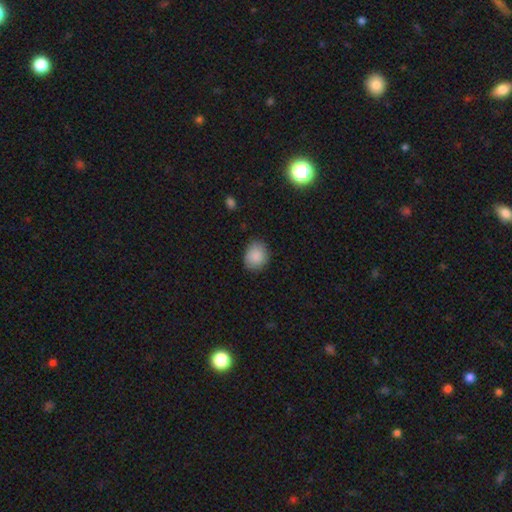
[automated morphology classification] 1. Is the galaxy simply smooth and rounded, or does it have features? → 87% smooth, 7% star or artifact, 5% featured or disk.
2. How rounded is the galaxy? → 55% round, 44% in between, 1% cigar-shaped.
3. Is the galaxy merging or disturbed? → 82% none, 14% minor disturbance, 3% major disturbance, 1% merger.